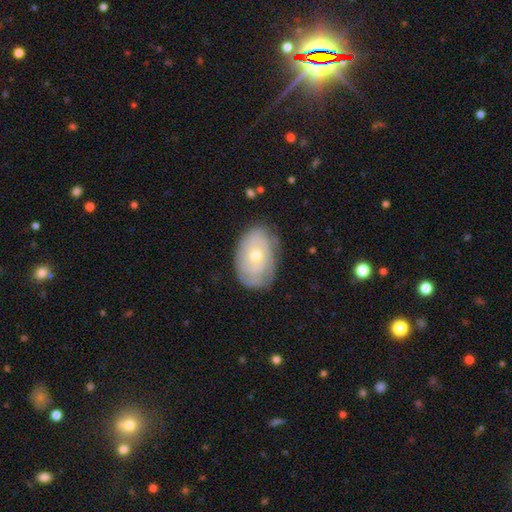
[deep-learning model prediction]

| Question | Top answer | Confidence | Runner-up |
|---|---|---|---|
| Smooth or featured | featured or disk | 59% | smooth (34%) |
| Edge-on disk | no | 94% | yes (6%) |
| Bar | no | 86% | weak (11%) |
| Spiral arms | yes | 67% | no (33%) |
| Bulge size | small | 54% | moderate (43%) |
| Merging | none | 74% | minor disturbance (20%) |